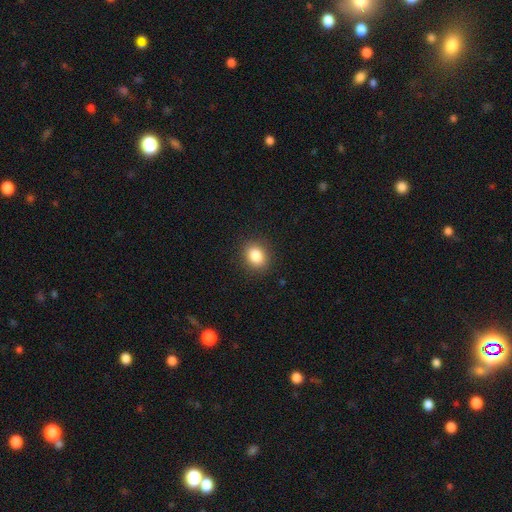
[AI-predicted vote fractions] smooth-or-featured: smooth: 85% | star or artifact: 10% | featured or disk: 5%
  how-rounded: round: 54% | in between: 45% | cigar-shaped: 1%
  merging: none: 90% | minor disturbance: 7% | major disturbance: 2% | merger: 1%